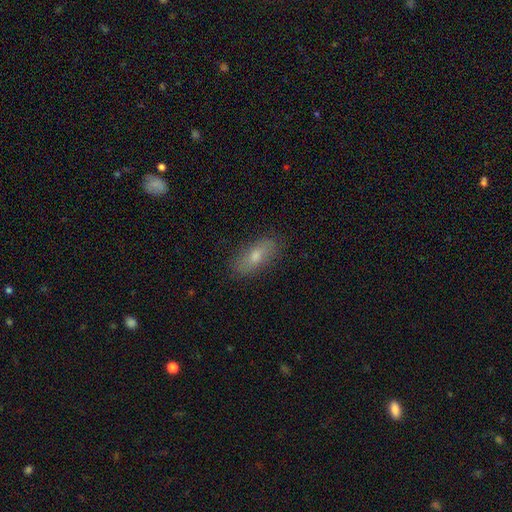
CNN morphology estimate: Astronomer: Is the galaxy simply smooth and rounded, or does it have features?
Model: smooth — 62%.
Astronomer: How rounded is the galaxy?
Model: in between — 77%.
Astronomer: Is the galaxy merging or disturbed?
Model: none — 84%.